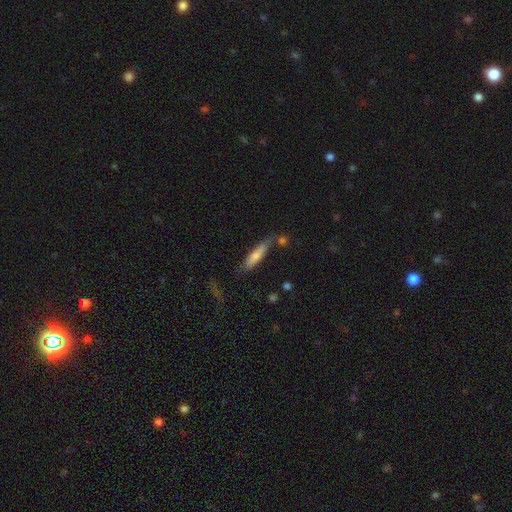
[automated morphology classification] Smooth or featured: smooth — 69% (featured or disk — 24%)
How rounded: cigar-shaped — 83% (in between — 16%)
Merging: none — 66% (minor disturbance — 20%)